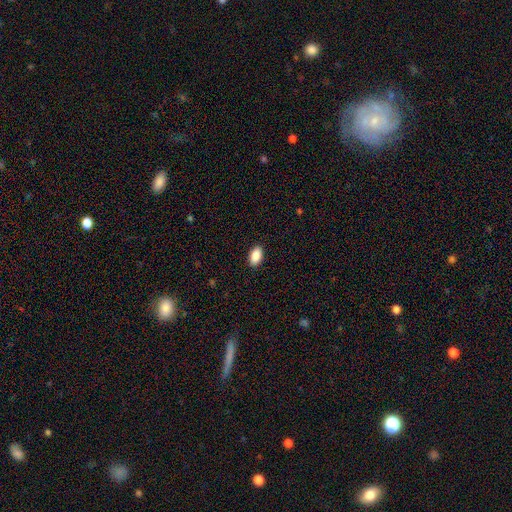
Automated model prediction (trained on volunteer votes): This is clearly a smooth galaxy (90%). How rounded: clearly in between (93%). Merging: clearly none (90%).